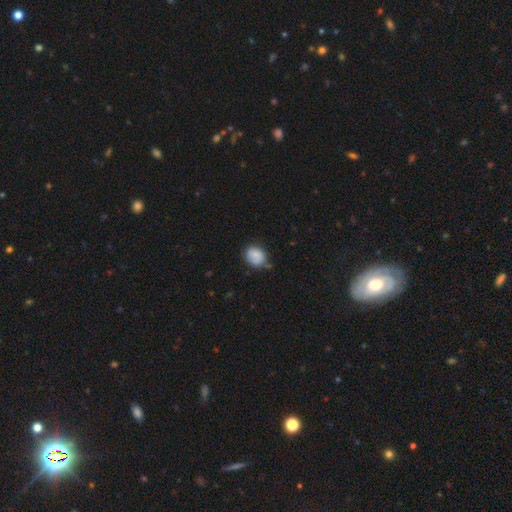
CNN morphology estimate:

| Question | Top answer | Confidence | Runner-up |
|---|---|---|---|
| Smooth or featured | smooth | 83% | featured or disk (9%) |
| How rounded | round | 58% | in between (41%) |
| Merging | none | 68% | minor disturbance (23%) |